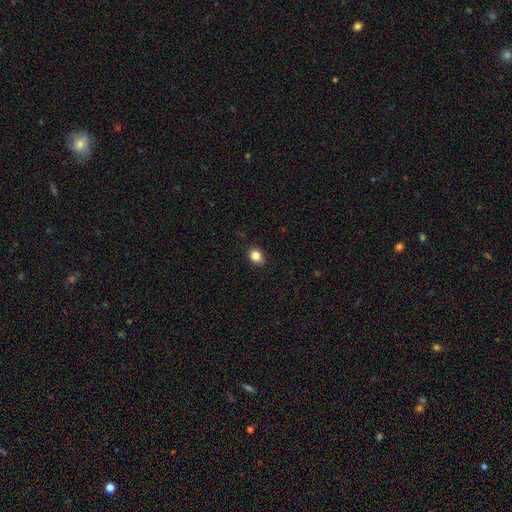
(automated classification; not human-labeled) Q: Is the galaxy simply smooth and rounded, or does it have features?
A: smooth — 84%.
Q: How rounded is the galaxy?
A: in between — 57%.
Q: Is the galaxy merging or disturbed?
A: none — 85%.